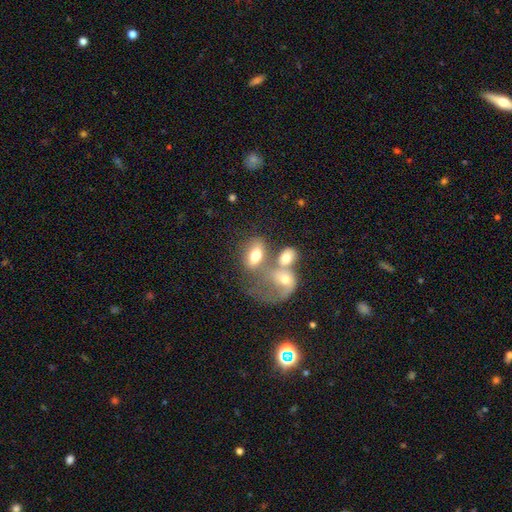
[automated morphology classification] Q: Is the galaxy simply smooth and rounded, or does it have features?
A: smooth — 62%.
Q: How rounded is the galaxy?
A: in between — 85%.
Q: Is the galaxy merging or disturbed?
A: merger — 55%.